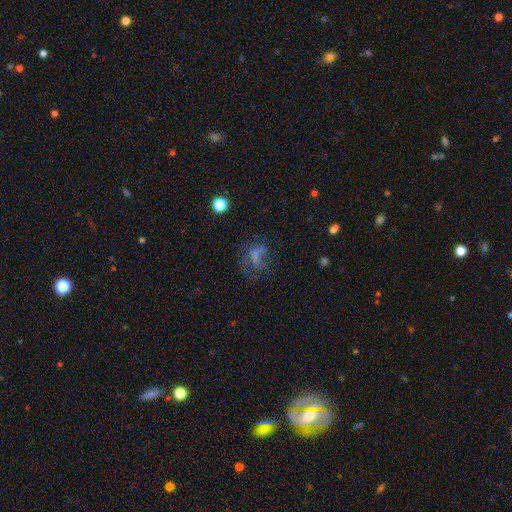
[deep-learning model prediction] Morphology: type=featured or disk (39%, tied with smooth); merging=major disturbance (42%).